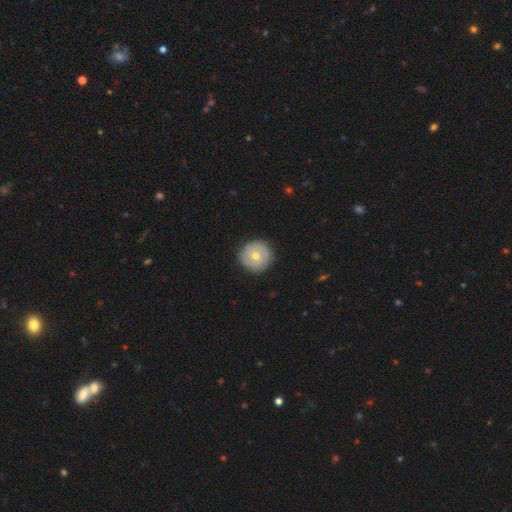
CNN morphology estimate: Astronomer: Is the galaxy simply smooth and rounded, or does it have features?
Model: smooth — 49% (runner-up: featured or disk, 44%).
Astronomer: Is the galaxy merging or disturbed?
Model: none — 86%.